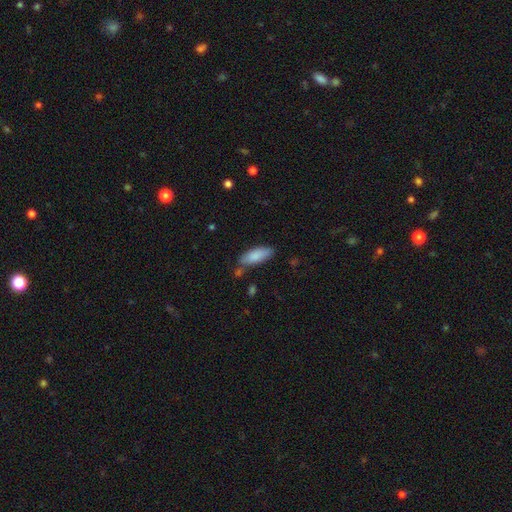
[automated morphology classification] This appears to be a smooth galaxy with no disk features (86%) that is in between round and cigar-shaped (72%). Merging: none (71%).